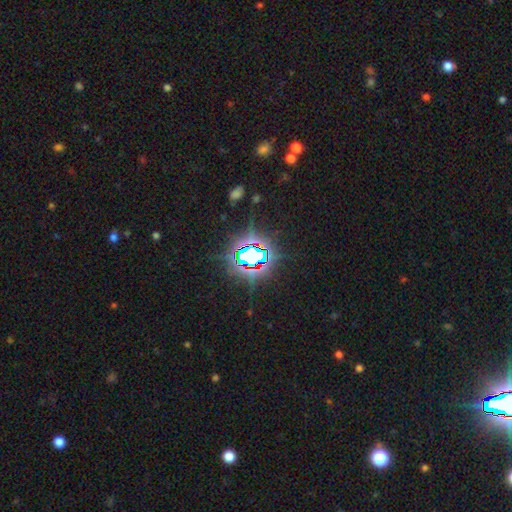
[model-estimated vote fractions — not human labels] Smooth or featured? star or artifact (80%)